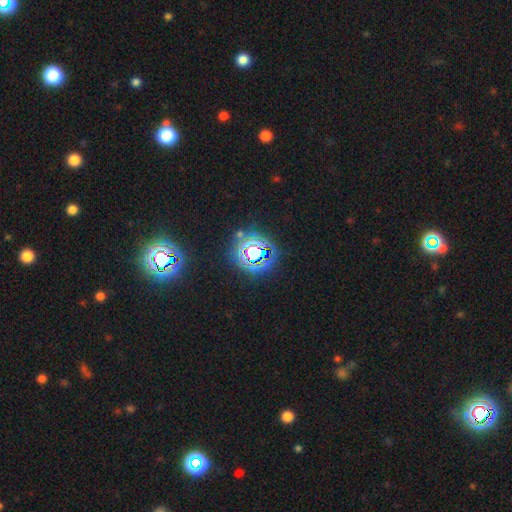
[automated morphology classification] This is likely a star or artifact rather than a galaxy (78%).